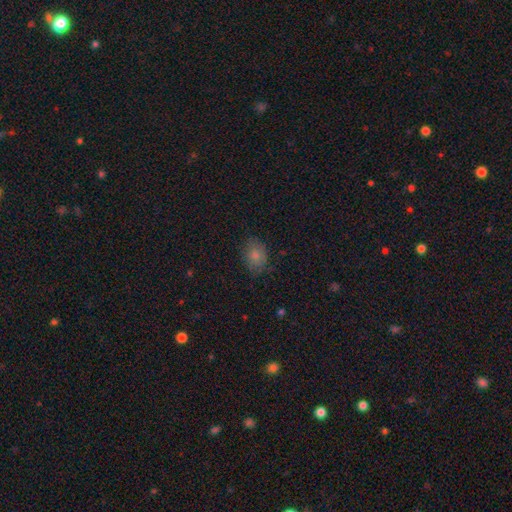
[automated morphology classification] type=smooth (81%); roundness=in between (64%); merging=none (73%).